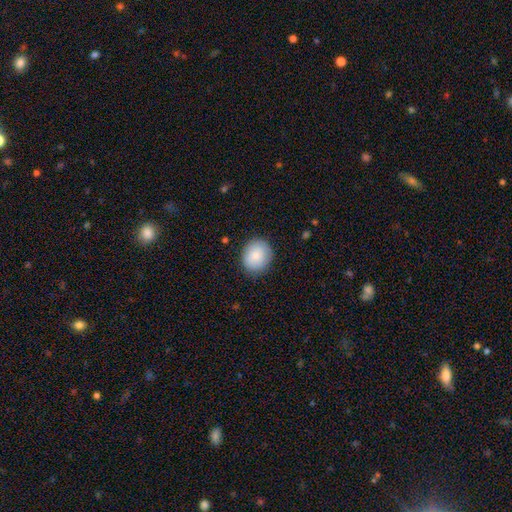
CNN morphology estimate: Smooth or featured?
  - smooth: 85% *
  - featured or disk: 8%
  - star or artifact: 7%
How rounded?
  - round: 72% *
  - in between: 27%
  - cigar-shaped: 1%
Merging?
  - none: 85% *
  - minor disturbance: 12%
  - major disturbance: 3%
  - merger: 1%